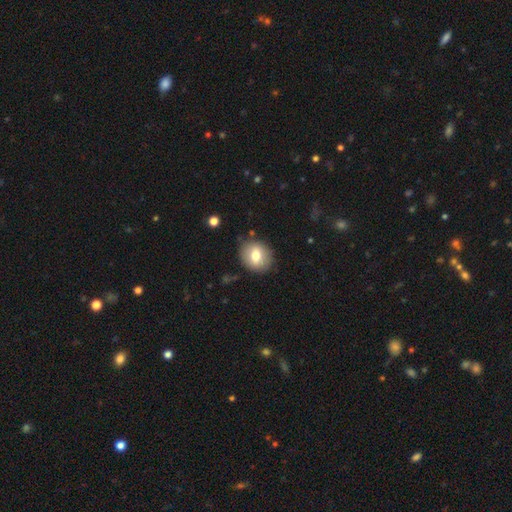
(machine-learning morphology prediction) Overall: smooth (70%). How rounded: round (63%; in between 36%). Merging: none (85%).